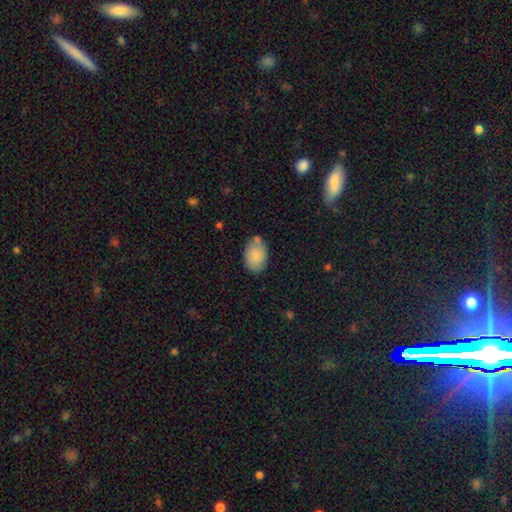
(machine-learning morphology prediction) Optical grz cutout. It shows a smooth galaxy with no disk features (82%) that is in between round and cigar-shaped (85%). Merging: none (65%).